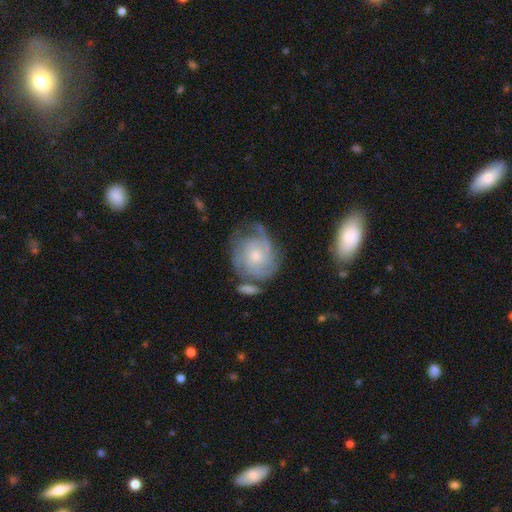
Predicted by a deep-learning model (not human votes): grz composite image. It shows a featured or disk galaxy (74%) with no bar (77%), tight (59%) spiral arms (90%) and a small central bulge (54%). Merging: none (54%).